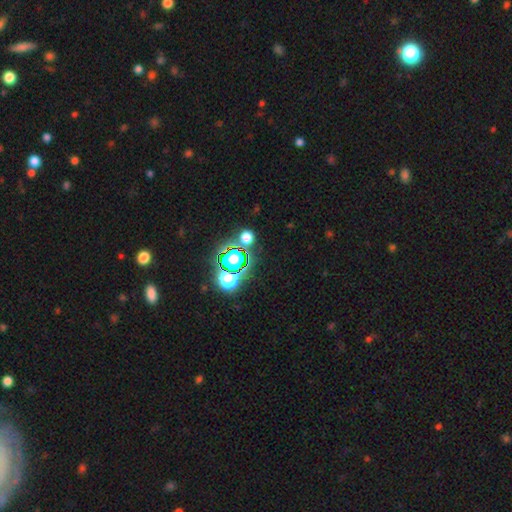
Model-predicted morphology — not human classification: Smooth or featured?
  - star or artifact: 77% *
  - smooth: 14%
  - featured or disk: 8%